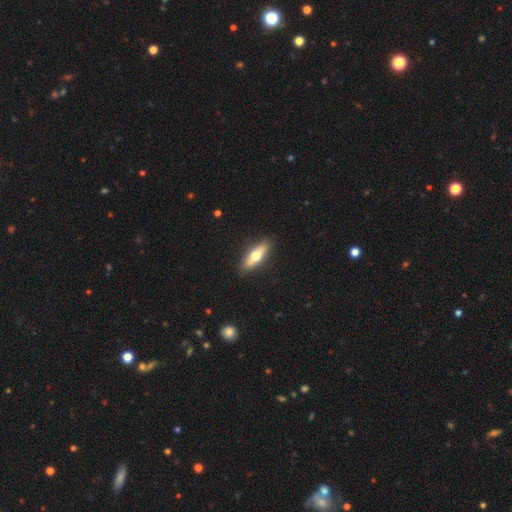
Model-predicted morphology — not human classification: smooth-or-featured: smooth: 50% | featured or disk: 44% | star or artifact: 5%
  how-rounded: cigar-shaped: 55% | in between: 43% | round: 3%
  merging: none: 89% | minor disturbance: 8% | major disturbance: 2% | merger: 1%